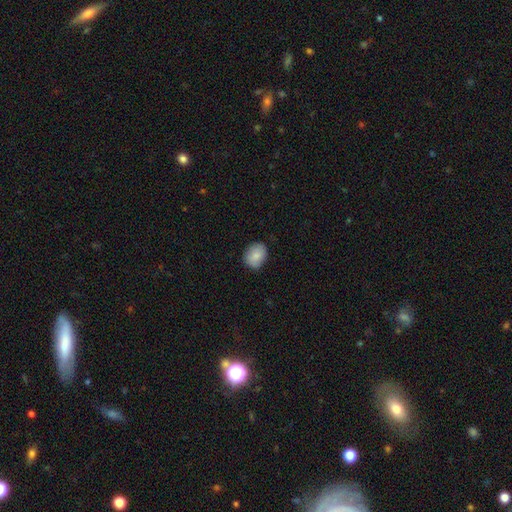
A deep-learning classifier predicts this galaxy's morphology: Smooth or featured? smooth (86%)
How rounded? round (51%)
Merging? none (81%)